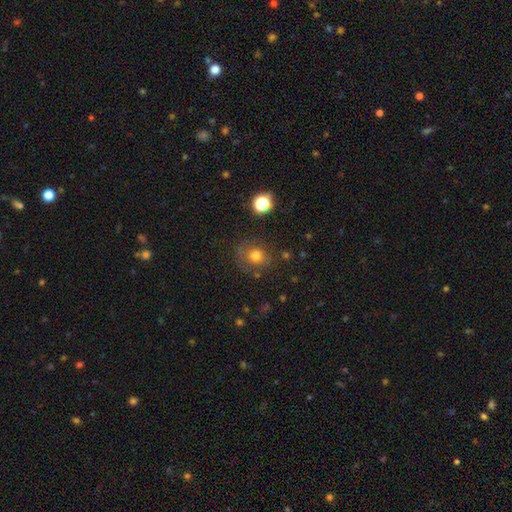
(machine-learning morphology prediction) Smooth or featured?
  - smooth: 70% *
  - star or artifact: 15%
  - featured or disk: 14%
How rounded?
  - round: 71% *
  - in between: 28%
  - cigar-shaped: 1%
Merging?
  - none: 64% *
  - minor disturbance: 21%
  - major disturbance: 11%
  - merger: 4%